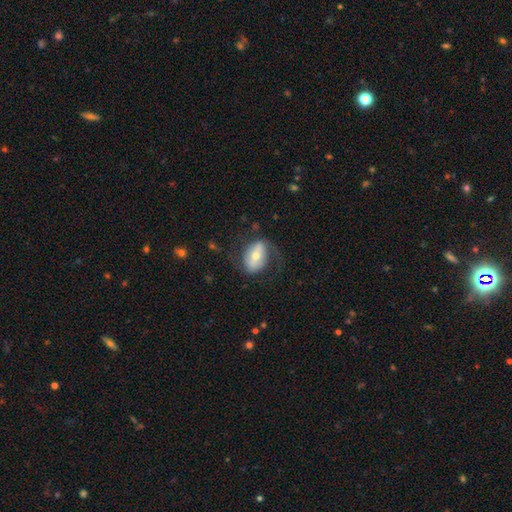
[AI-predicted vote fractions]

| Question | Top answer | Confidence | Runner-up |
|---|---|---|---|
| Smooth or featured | featured or disk | 53% | smooth (40%) |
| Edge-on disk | no | 91% | yes (9%) |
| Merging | none | 60% | minor disturbance (21%) |